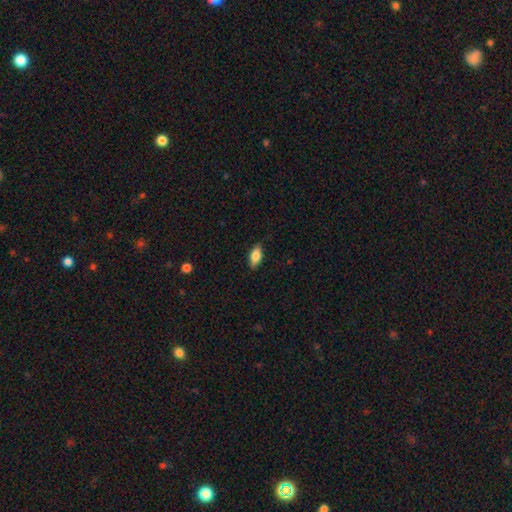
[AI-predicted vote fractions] Q: Smooth or featured?
A: smooth (78%); runner-up: featured or disk (15%)
Q: How rounded?
A: in between (86%); runner-up: cigar-shaped (11%)
Q: Merging?
A: none (85%); runner-up: minor disturbance (12%)